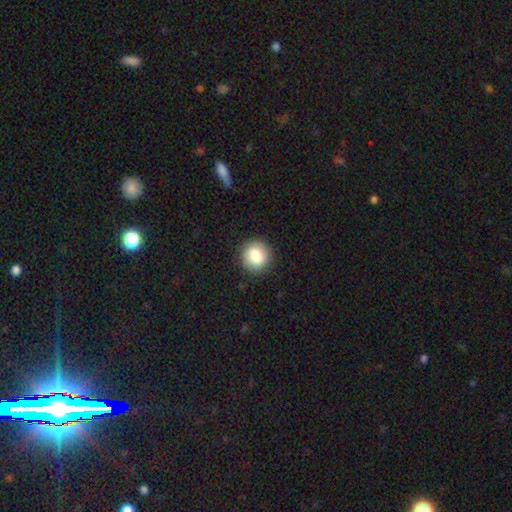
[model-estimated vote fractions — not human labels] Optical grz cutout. It shows a smooth galaxy with no disk features (83%) that is round (88%). Merging: none (90%).